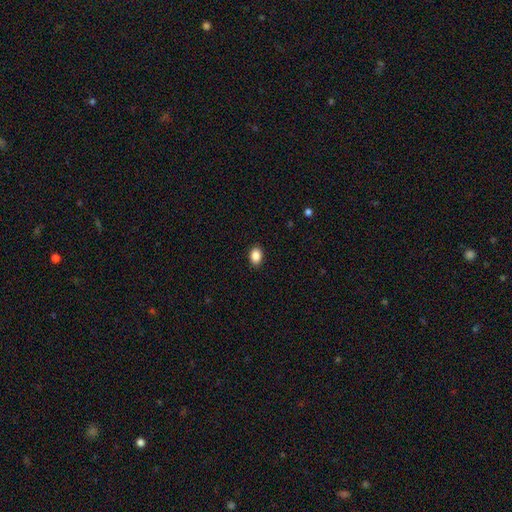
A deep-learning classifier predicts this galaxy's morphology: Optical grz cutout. It shows a smooth galaxy with no disk features (88%) that is in between round and cigar-shaped (77%). Merging: none (90%).